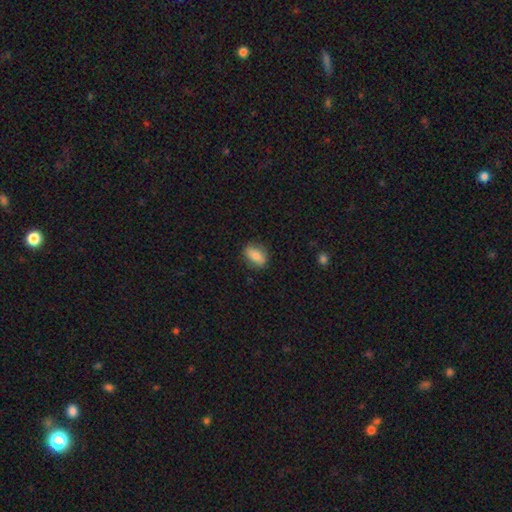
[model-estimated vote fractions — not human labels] This appears to be a smooth galaxy with no disk features (78%) that is in between round and cigar-shaped (83%). Merging: none (81%).